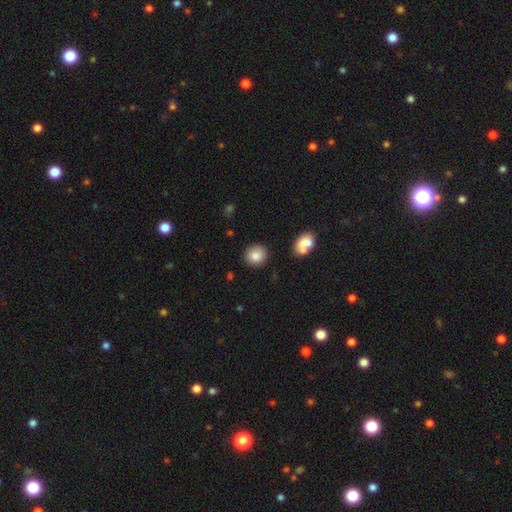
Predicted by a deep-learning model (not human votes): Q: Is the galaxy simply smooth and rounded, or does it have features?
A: smooth — 85%.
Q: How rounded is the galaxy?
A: round — 85%.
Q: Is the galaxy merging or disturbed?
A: none — 85%.